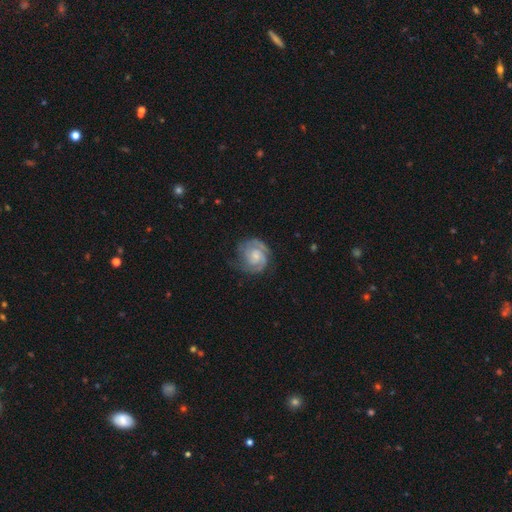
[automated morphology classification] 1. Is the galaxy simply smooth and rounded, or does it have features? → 86% featured or disk, 9% smooth, 5% star or artifact.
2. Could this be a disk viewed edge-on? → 98% no, 2% yes.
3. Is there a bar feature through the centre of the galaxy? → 61% no, 33% weak, 6% strong.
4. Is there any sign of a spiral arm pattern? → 98% yes, 2% no.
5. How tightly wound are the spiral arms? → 66% tight, 29% medium, 5% loose.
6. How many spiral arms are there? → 69% 2, 14% 3, 9% can't tell, 3% 1, 2% 4, 2% more than 4.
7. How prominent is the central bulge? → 49% small, 31% moderate, 15% none, 3% large, 1% dominant.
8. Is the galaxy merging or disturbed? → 71% none, 19% minor disturbance, 8% major disturbance, 1% merger.